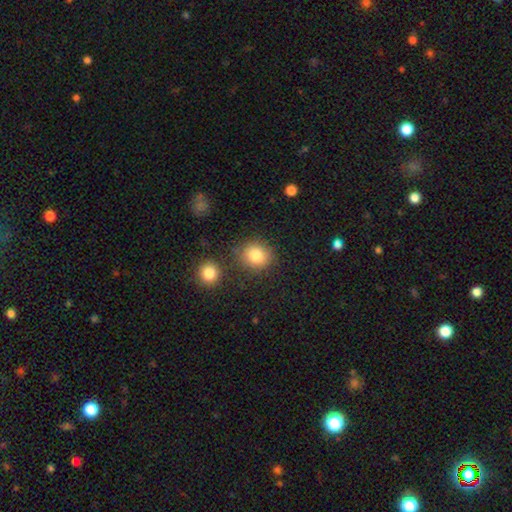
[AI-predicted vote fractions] A smooth galaxy with no disk features (83%) that is round (80%). Merging: none (79%).